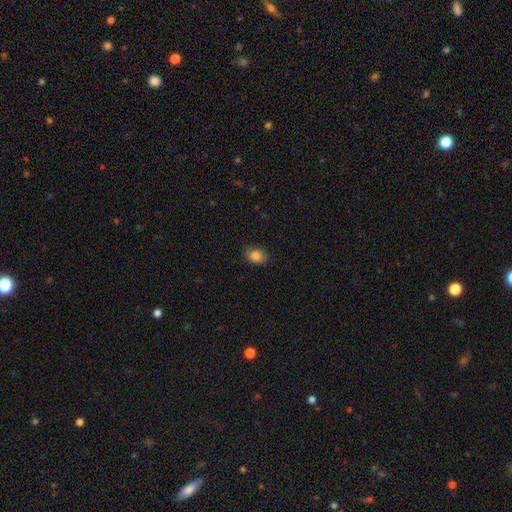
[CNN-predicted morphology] smooth_or_featured: smooth (p=0.85) [alt: star or artifact p=0.10]
how_rounded: in between (p=0.66) [alt: round p=0.33]
merging: none (p=0.79) [alt: minor disturbance p=0.16]